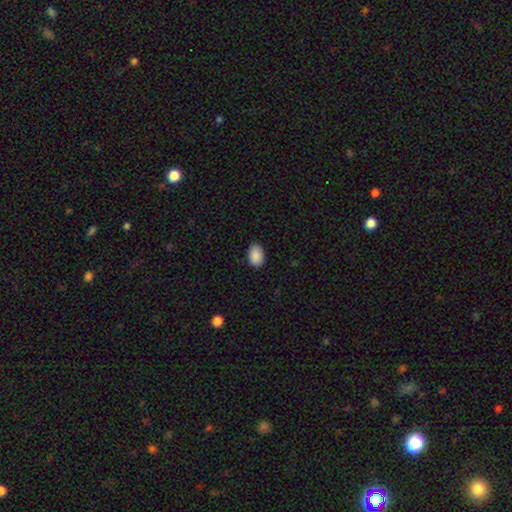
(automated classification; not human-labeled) Smooth or featured? Predicted: smooth (p=0.90). How rounded? Predicted: in between (p=0.88). Merging? Predicted: none (p=0.87).